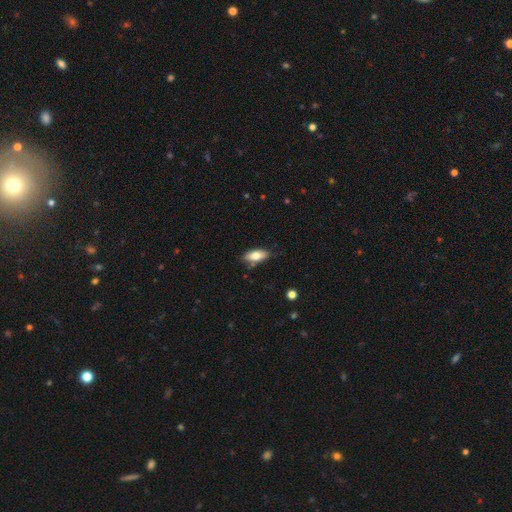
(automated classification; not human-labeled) smooth 78%, featured or disk 15%, star or artifact 7%. Down the decision tree: how rounded — in between (84%); merging — none (77%).